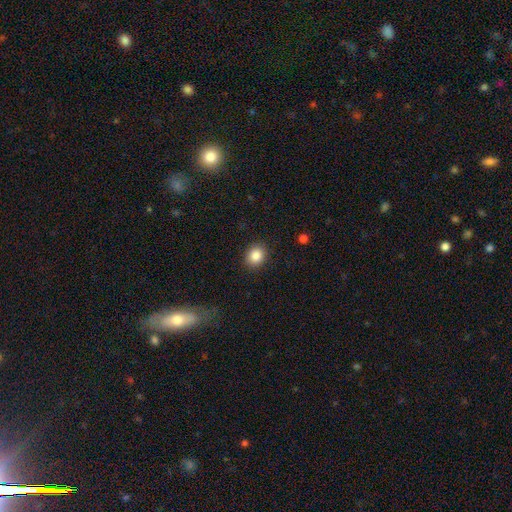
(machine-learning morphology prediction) The model was most divided on "how rounded": round: 63%, in between: 36%, cigar-shaped: 1%. More confident: merging — none (89%); smooth or featured — smooth (86%).